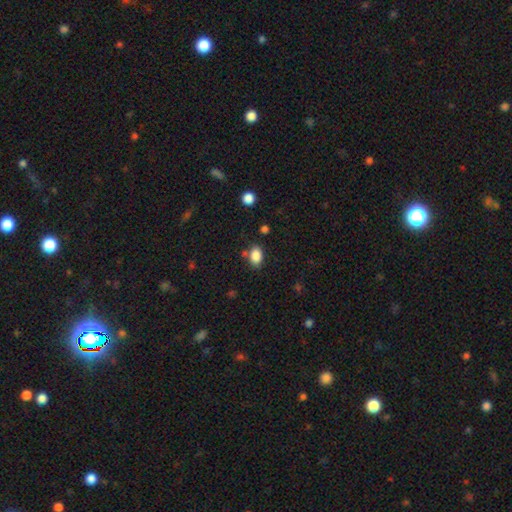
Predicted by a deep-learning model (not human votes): Q: Smooth or featured?
A: smooth (87%); runner-up: star or artifact (9%)
Q: How rounded?
A: in between (83%); runner-up: round (15%)
Q: Merging?
A: none (77%); runner-up: minor disturbance (13%)